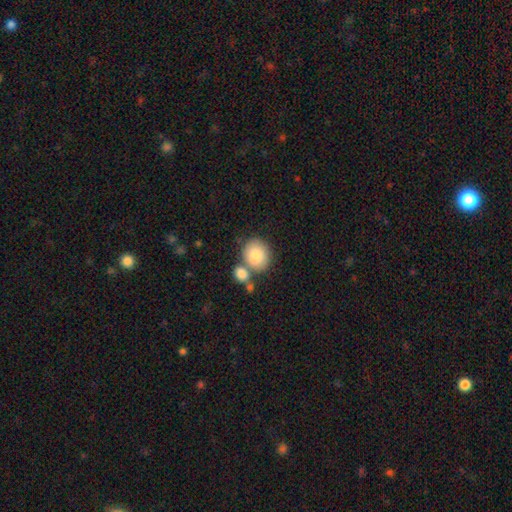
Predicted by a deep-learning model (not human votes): smooth_or_featured: smooth (p=0.86) [alt: featured or disk p=0.07]
how_rounded: round (p=0.72) [alt: in between p=0.27]
merging: none (p=0.54) [alt: merger p=0.30]